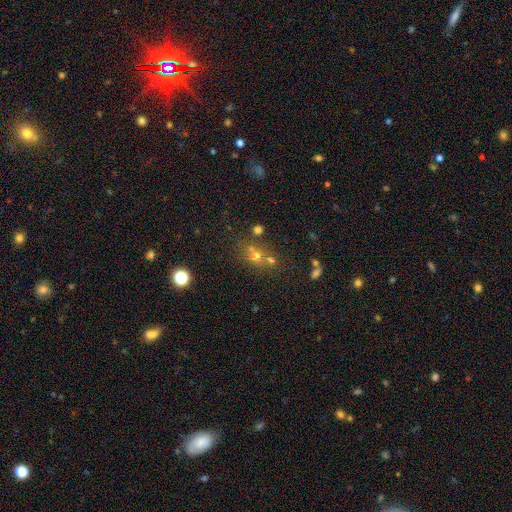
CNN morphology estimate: The model was most divided on "merging": none: 52%, merger: 34%, minor disturbance: 9%, major disturbance: 5%. More confident: how rounded — round (76%); smooth or featured — smooth (53%).